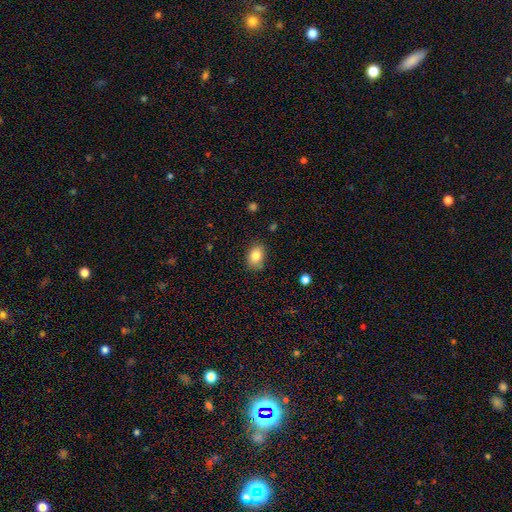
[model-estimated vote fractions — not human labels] A smooth galaxy with no disk features (83%) that is in between round and cigar-shaped (76%).

Vote fractions:
- Smooth or featured? smooth: 83% / star or artifact: 9% / featured or disk: 8%
- How rounded? in between: 76% / round: 23% / cigar-shaped: 1%
- Merging? none: 81% / minor disturbance: 14% / major disturbance: 3% / merger: 2%